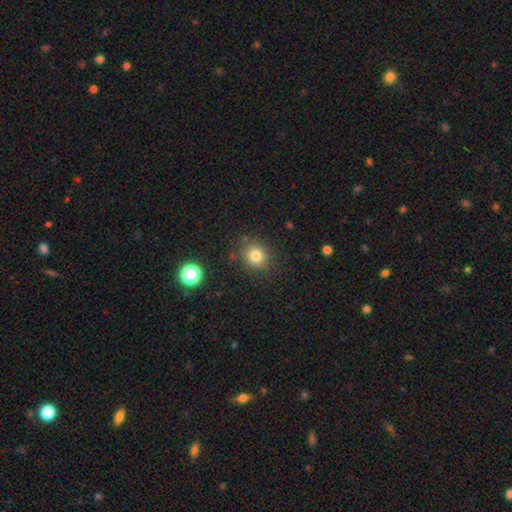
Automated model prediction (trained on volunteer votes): This is clearly a smooth galaxy (80%). How rounded: clearly round (84%). Merging: clearly none (85%).